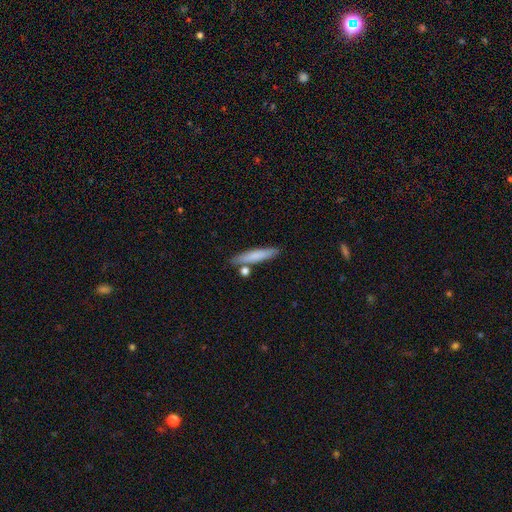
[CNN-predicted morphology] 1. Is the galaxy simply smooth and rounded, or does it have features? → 76% smooth, 18% featured or disk, 6% star or artifact.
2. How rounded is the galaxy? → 88% cigar-shaped, 10% in between, 2% round.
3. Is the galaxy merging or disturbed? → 77% none, 12% minor disturbance, 8% merger, 3% major disturbance.